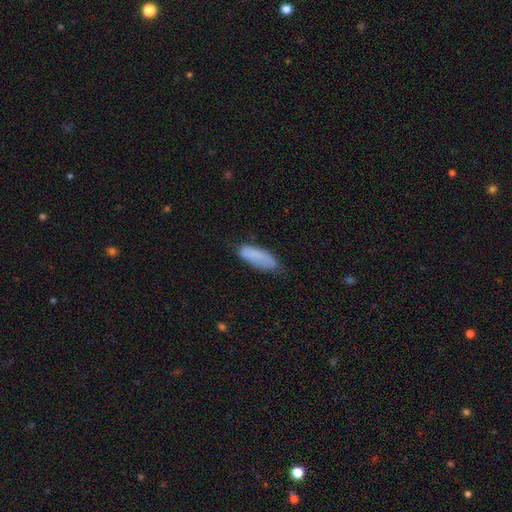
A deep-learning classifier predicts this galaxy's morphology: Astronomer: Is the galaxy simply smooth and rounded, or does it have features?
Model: smooth — 81%.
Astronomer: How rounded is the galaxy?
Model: in between — 64%.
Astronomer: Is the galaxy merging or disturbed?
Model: none — 65%.